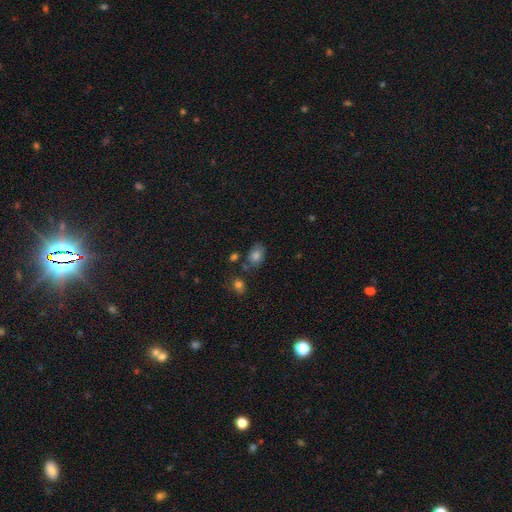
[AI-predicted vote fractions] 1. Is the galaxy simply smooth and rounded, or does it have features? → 74% smooth, 14% featured or disk, 13% star or artifact.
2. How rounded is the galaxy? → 76% in between, 23% round, 1% cigar-shaped.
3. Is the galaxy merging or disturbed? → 65% none, 20% minor disturbance, 9% merger, 6% major disturbance.